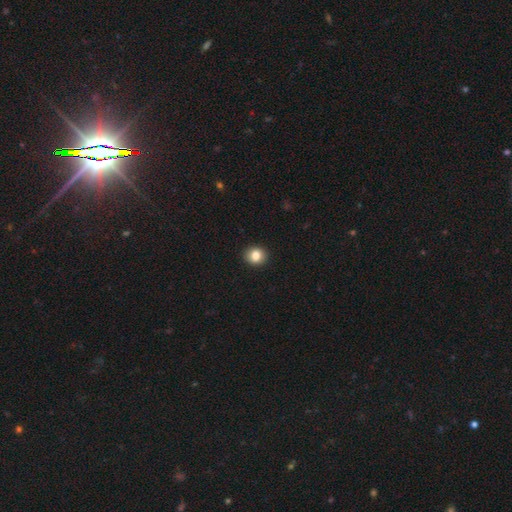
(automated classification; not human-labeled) Smooth or featured? smooth (84%)
How rounded? round (77%)
Merging? none (92%)